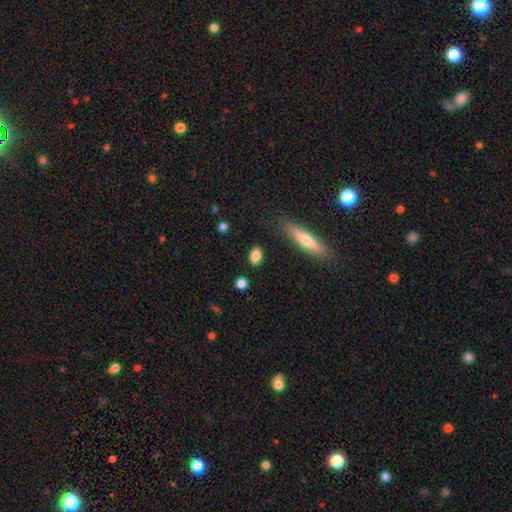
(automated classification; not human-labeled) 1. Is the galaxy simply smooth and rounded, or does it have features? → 83% smooth, 9% featured or disk, 8% star or artifact.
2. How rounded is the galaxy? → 79% in between, 13% round, 8% cigar-shaped.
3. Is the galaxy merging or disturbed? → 85% none, 10% minor disturbance, 3% major disturbance, 2% merger.